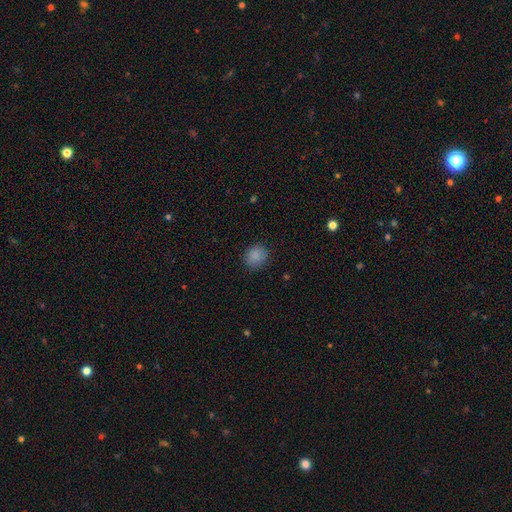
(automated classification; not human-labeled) Smooth or featured: smooth — 86% (star or artifact — 10%)
How rounded: round — 78% (in between — 21%)
Merging: none — 87% (minor disturbance — 9%)